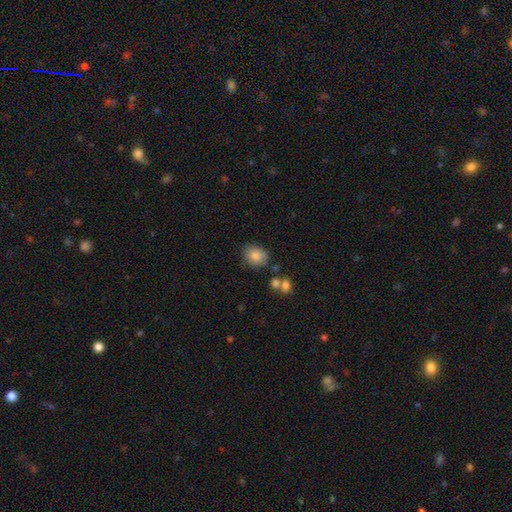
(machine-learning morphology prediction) type=smooth (84%); roundness=in between (54%); merging=none (72%).